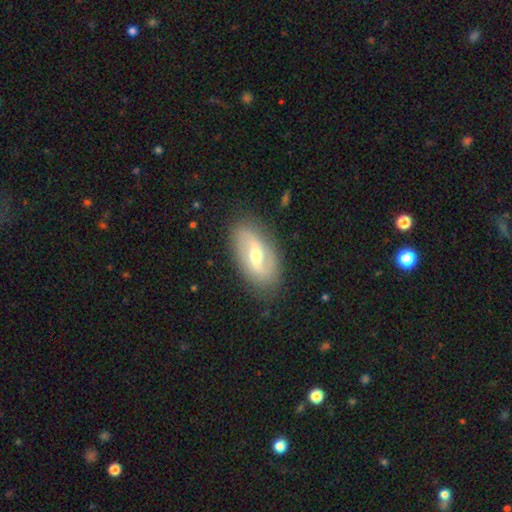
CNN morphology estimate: smooth-or-featured: featured or disk: 78% | smooth: 16% | star or artifact: 6%
  disk-edge-on: no: 95% | yes: 5%
    bar: weak: 47% | strong: 29% | no: 25%
    has-spiral-arms: yes: 88% | no: 12%
      spiral-winding: loose: 54% | medium: 33% | tight: 13%
      spiral-arm-count: 2: 90% | can't tell: 5% | 1: 2% | 3: 1% | 4: 1% | more than 4: 1%
    bulge-size: moderate: 61% | small: 33% | large: 4% | none: 1% | dominant: 1%
  merging: none: 84% | minor disturbance: 11% | major disturbance: 3% | merger: 1%